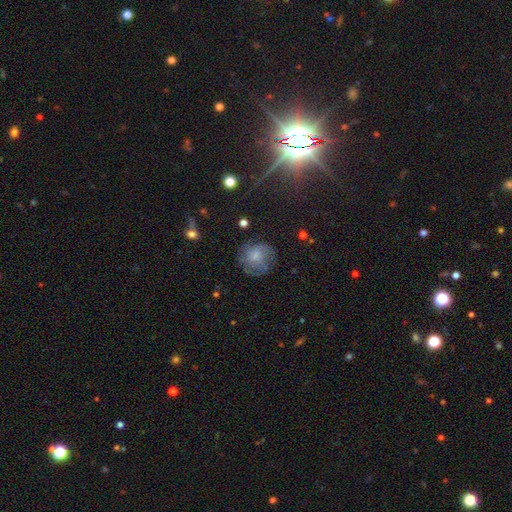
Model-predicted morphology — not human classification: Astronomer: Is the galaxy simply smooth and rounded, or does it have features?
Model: smooth — 51% (runner-up: featured or disk, 36%).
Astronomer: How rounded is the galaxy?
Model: round — 83%.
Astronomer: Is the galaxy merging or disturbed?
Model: none — 65%.